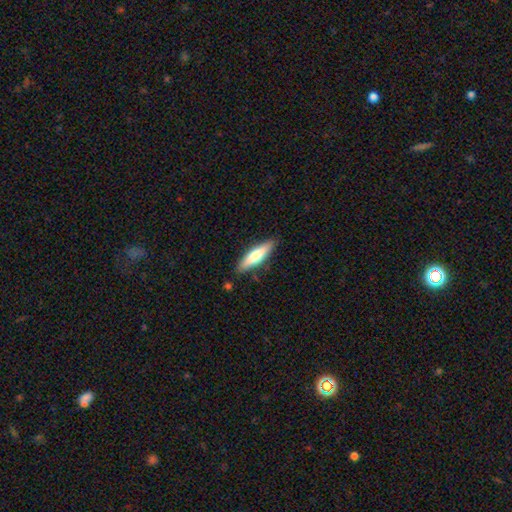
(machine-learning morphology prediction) type=smooth (62%); roundness=cigar-shaped (69%); merging=none (86%).